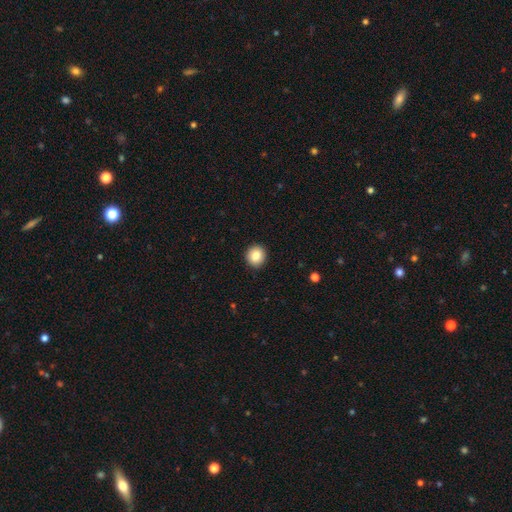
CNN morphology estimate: smooth-or-featured: smooth: 85% | star or artifact: 9% | featured or disk: 6%
  how-rounded: round: 92% | in between: 7% | cigar-shaped: 1%
  merging: none: 92% | minor disturbance: 6% | major disturbance: 2% | merger: 1%